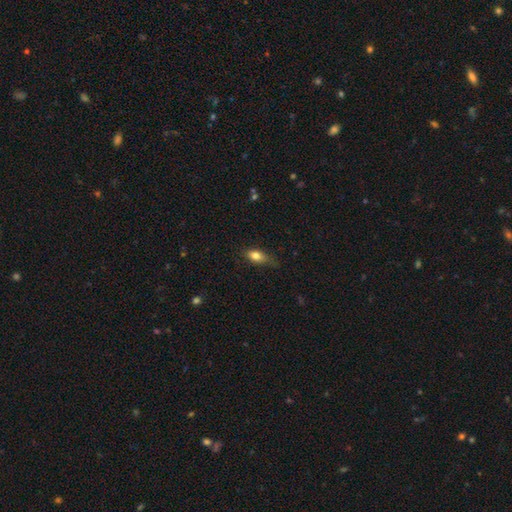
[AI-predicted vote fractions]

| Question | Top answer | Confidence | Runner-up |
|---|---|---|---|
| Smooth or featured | smooth | 80% | featured or disk (12%) |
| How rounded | in between | 78% | cigar-shaped (12%) |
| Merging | none | 59% | minor disturbance (31%) |